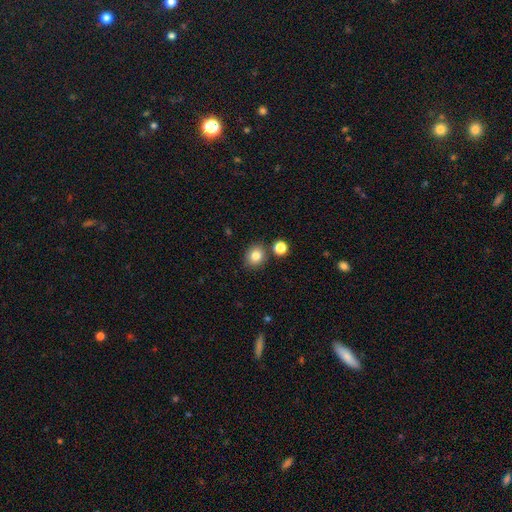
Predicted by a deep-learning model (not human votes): This is clearly a smooth galaxy (83%). How rounded: likely round (75%). Merging: clearly none (80%).